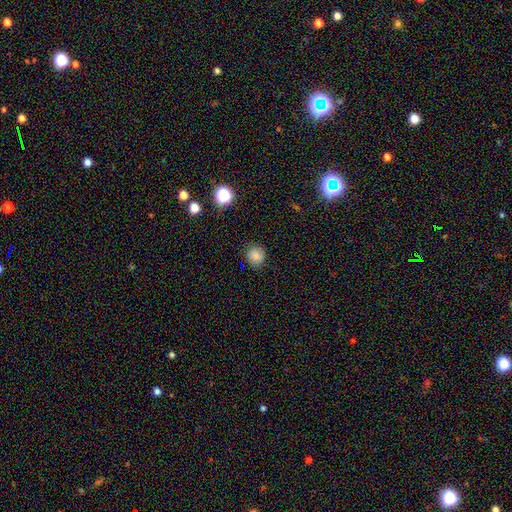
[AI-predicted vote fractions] smooth_or_featured: smooth (p=0.82) [alt: star or artifact p=0.12]
how_rounded: round (p=0.88) [alt: in between p=0.11]
merging: none (p=0.84) [alt: minor disturbance p=0.11]